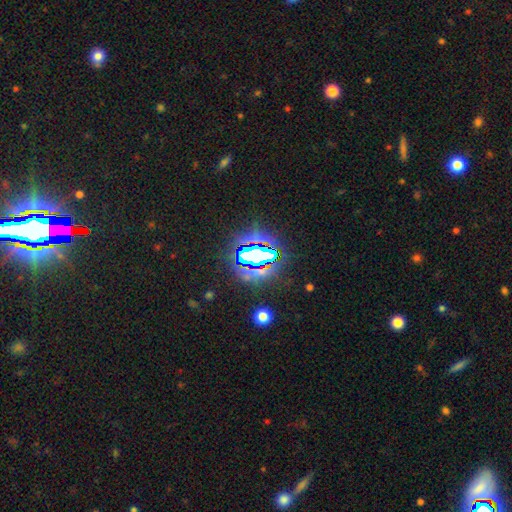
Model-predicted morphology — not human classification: Smooth or featured: star or artifact — 72% (smooth — 16%)